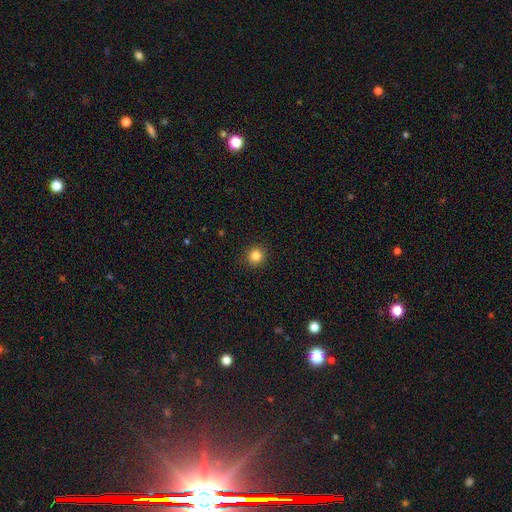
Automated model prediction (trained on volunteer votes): Smooth or featured?
  - smooth: 84% *
  - star or artifact: 12%
  - featured or disk: 4%
How rounded?
  - round: 92% *
  - in between: 7%
  - cigar-shaped: 1%
Merging?
  - none: 91% *
  - minor disturbance: 6%
  - major disturbance: 2%
  - merger: 1%